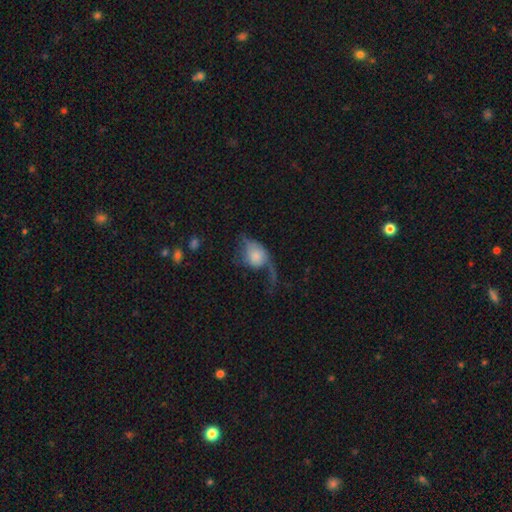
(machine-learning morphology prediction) type=smooth (53%); roundness=in between (53%); merging=major disturbance (56%).